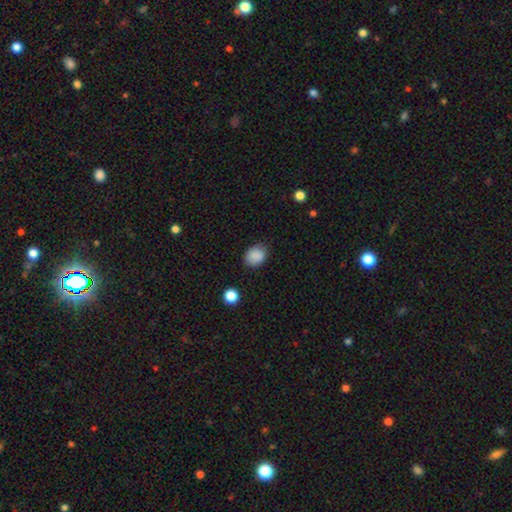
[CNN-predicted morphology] A smooth galaxy with no disk features (87%) that is in between round and cigar-shaped (50%).

Vote fractions:
- Smooth or featured? smooth: 87% / star or artifact: 9% / featured or disk: 4%
- How rounded? in between: 50% / round: 49% / cigar-shaped: 1%
- Merging? none: 79% / minor disturbance: 16% / major disturbance: 3% / merger: 1%